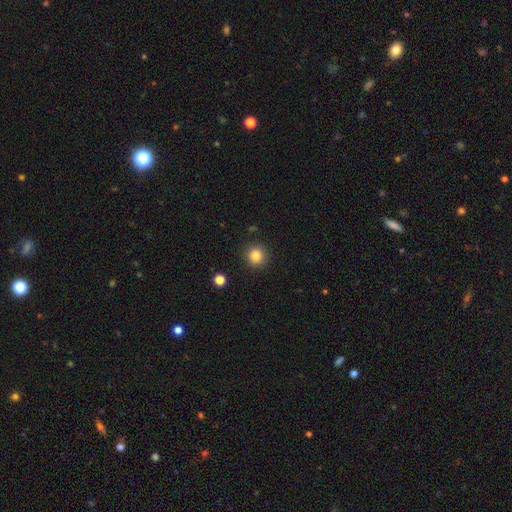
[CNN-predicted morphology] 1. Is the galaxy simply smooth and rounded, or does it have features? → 83% smooth, 11% star or artifact, 6% featured or disk.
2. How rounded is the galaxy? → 94% round, 5% in between, 1% cigar-shaped.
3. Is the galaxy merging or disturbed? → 91% none, 6% minor disturbance, 2% major disturbance, 1% merger.